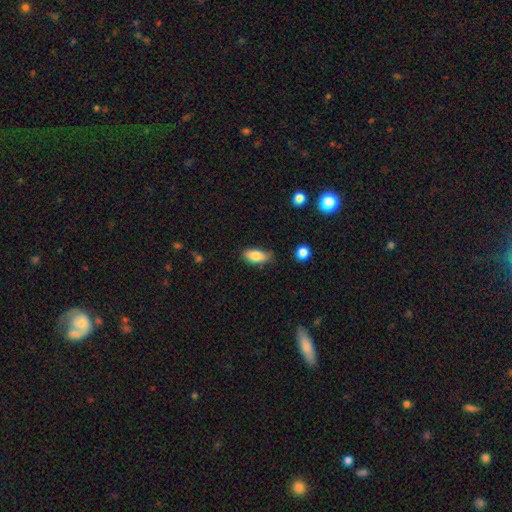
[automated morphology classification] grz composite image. It shows a smooth galaxy with no disk features (84%) that is in between round and cigar-shaped (87%). Merging: none (72%).